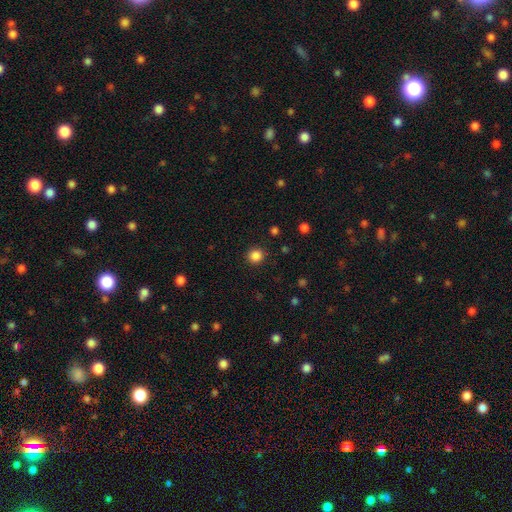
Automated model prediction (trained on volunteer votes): Overall: smooth (86%). How rounded: round (92%). Merging: none (91%).